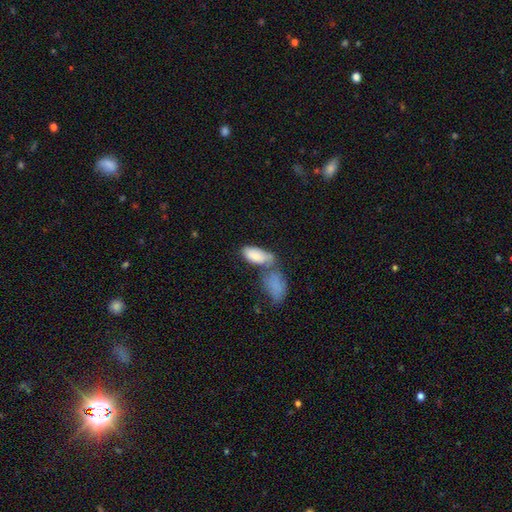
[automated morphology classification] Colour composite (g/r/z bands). It shows a smooth galaxy with no disk features (82%) that is in between round and cigar-shaped (90%). Merging: merger (50%).